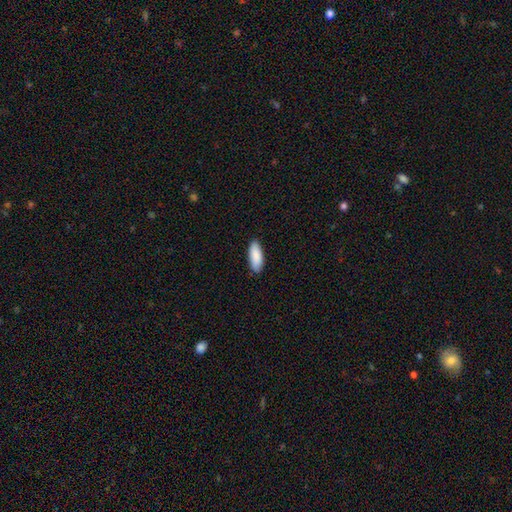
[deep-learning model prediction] Morphology: type=smooth (89%); roundness=in between (75%); merging=none (88%).